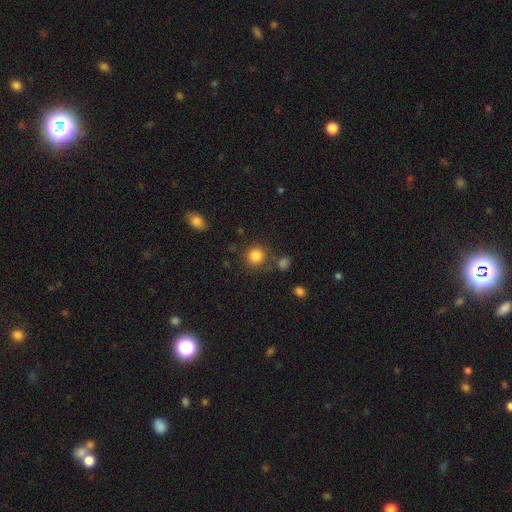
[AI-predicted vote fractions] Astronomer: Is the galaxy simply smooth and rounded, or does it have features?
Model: smooth — 84%.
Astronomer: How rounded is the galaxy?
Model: round — 90%.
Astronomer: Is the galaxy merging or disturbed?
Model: none — 79%.